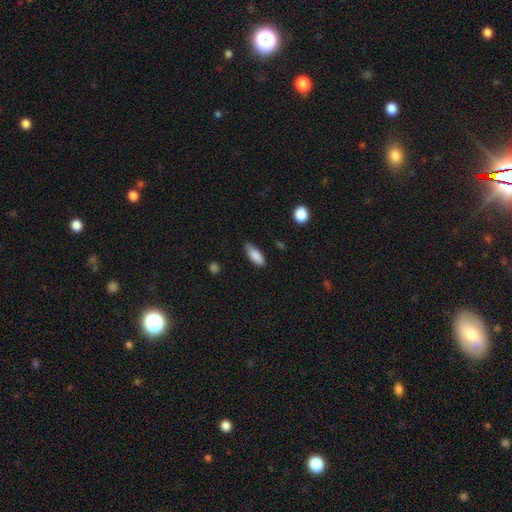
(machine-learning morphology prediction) Smooth or featured?
  - smooth: 86% *
  - star or artifact: 7%
  - featured or disk: 7%
How rounded?
  - in between: 76% *
  - cigar-shaped: 21%
  - round: 2%
Merging?
  - none: 67% *
  - minor disturbance: 28%
  - major disturbance: 4%
  - merger: 2%